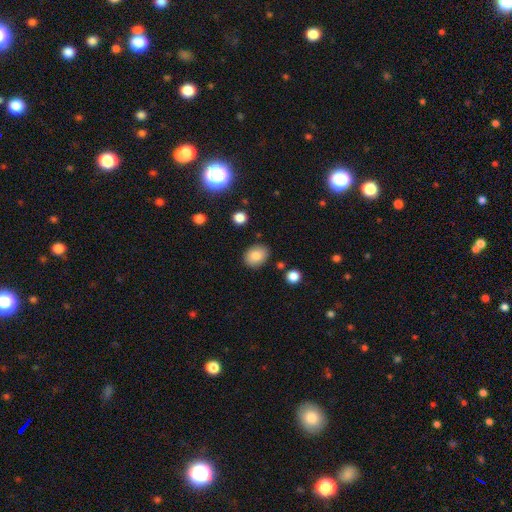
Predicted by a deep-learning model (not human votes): Q: Smooth or featured?
A: smooth (81%); runner-up: featured or disk (9%)
Q: How rounded?
A: in between (57%); runner-up: round (42%)
Q: Merging?
A: none (85%); runner-up: minor disturbance (10%)